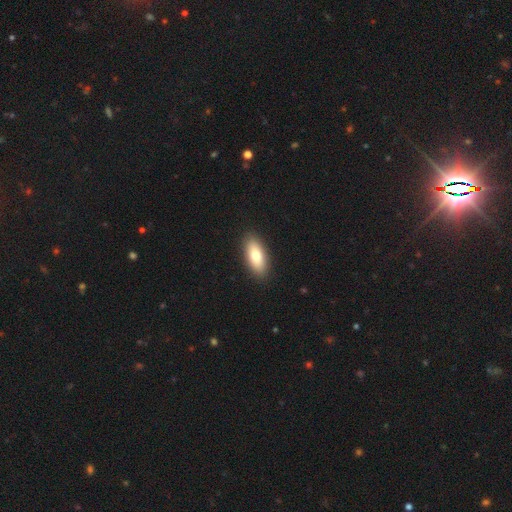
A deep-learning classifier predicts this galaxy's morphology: type=smooth (77%); roundness=in between (84%); merging=none (90%).